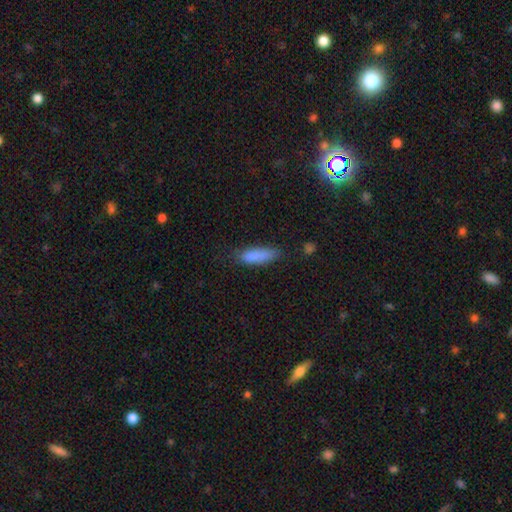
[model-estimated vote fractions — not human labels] Q: Smooth or featured?
A: smooth (86%); runner-up: featured or disk (7%)
Q: How rounded?
A: cigar-shaped (55%); runner-up: in between (43%)
Q: Merging?
A: none (72%); runner-up: minor disturbance (21%)